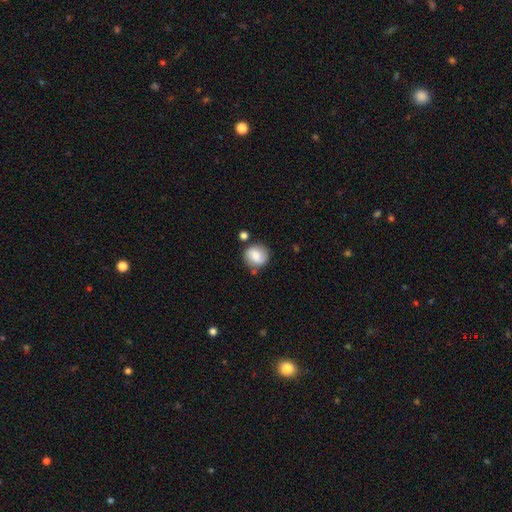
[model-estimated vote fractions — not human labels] This is likely a smooth galaxy (72%). How rounded: clearly round (84%). Merging: likely none (73%).